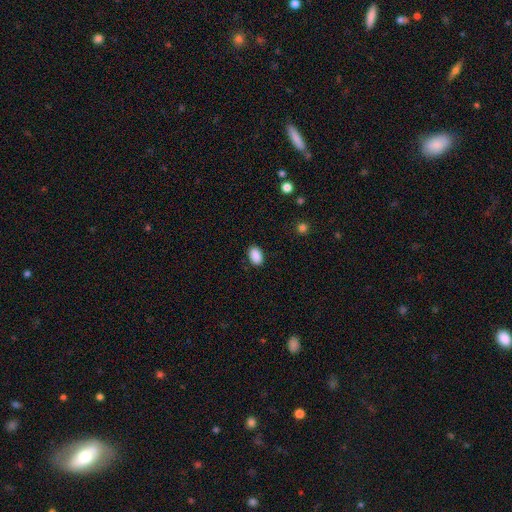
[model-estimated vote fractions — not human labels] Morphology: type=smooth (90%); roundness=in between (88%); merging=none (87%).